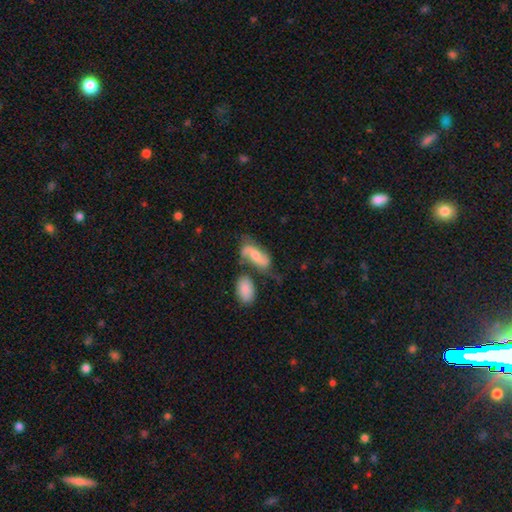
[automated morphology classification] type=featured or disk (66%); edge-on=no (93%); bar=no (45%); spiral arms=yes (91%); winding=loose (64%); arm count=2 (88%); bulge=moderate (44%); merging=none (45%).